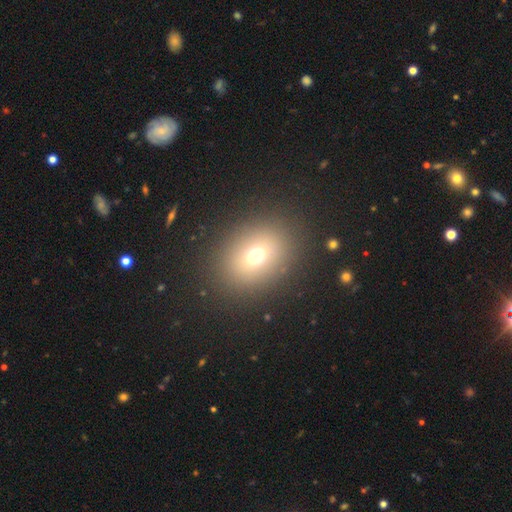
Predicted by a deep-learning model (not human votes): Smooth or featured: smooth — 70% (star or artifact — 17%)
How rounded: in between — 51% (round — 48%)
Merging: none — 87% (minor disturbance — 8%)